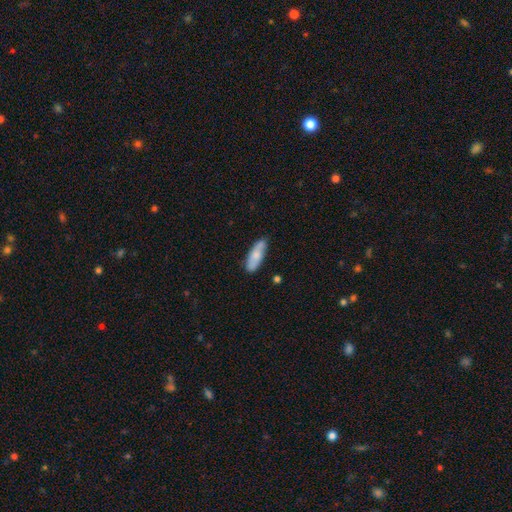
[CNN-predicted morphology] A smooth galaxy with no disk features (73%) that is in between round and cigar-shaped (58%). Merging: none (75%).